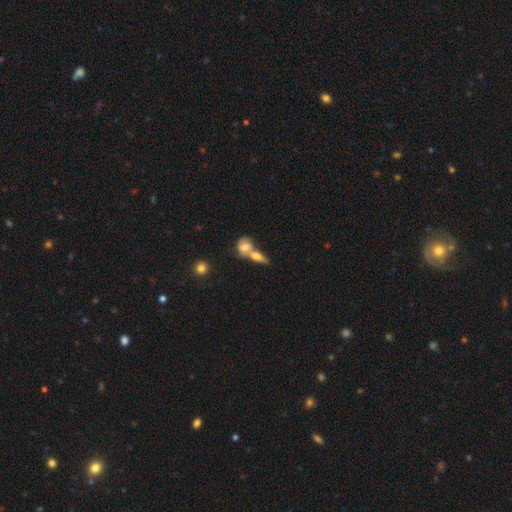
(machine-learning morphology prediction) A smooth galaxy with no disk features (63%) that is in between round and cigar-shaped (63%). Merging: merger (59%).